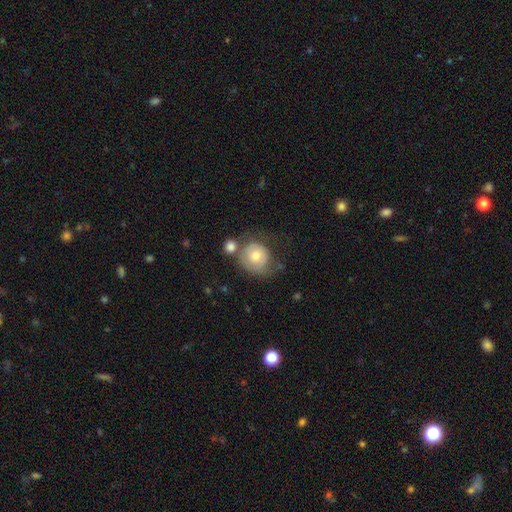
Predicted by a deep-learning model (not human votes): The model was most divided on "merging": none: 48%, minor disturbance: 21%, merger: 18%, major disturbance: 13%. More confident: how rounded — round (84%); smooth or featured — smooth (62%).